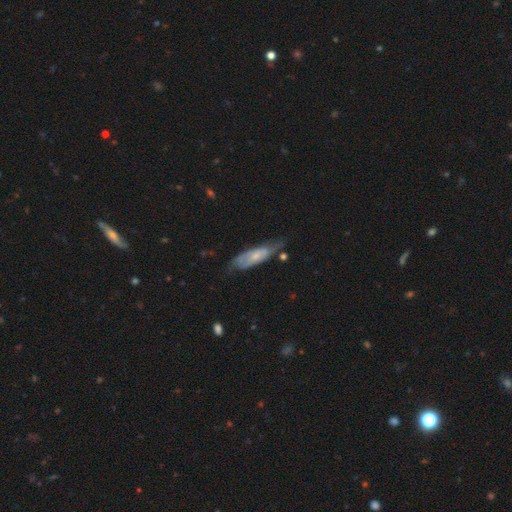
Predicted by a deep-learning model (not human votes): Q: Smooth or featured?
A: featured or disk (48%); runner-up: smooth (46%)
Q: Merging?
A: none (48%); runner-up: minor disturbance (34%)